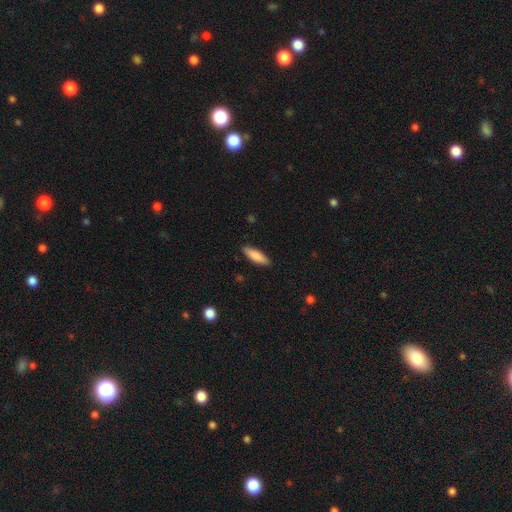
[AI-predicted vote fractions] This appears to be a smooth galaxy with no disk features (83%) that is cigar-shaped (54%). Merging: none (89%).